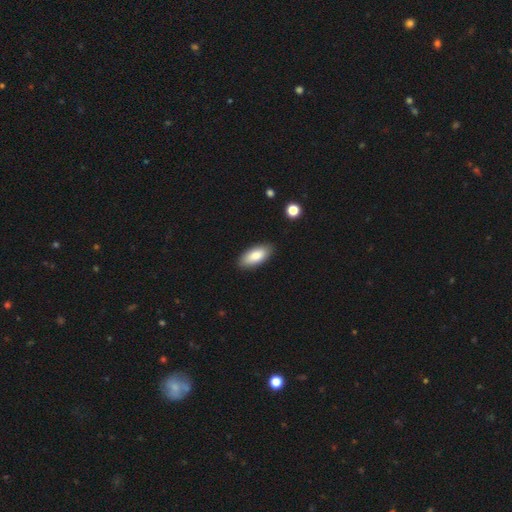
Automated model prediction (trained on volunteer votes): smooth-or-featured: smooth: 82% | featured or disk: 12% | star or artifact: 6%
  how-rounded: in between: 88% | cigar-shaped: 10% | round: 2%
  merging: none: 88% | minor disturbance: 9% | major disturbance: 2% | merger: 1%